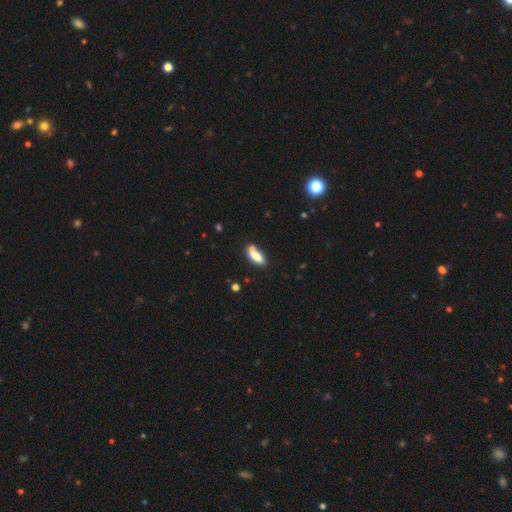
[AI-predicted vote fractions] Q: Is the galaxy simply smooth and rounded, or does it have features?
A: smooth — 79%.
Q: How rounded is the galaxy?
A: in between — 68%.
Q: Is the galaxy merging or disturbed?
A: none — 56%.